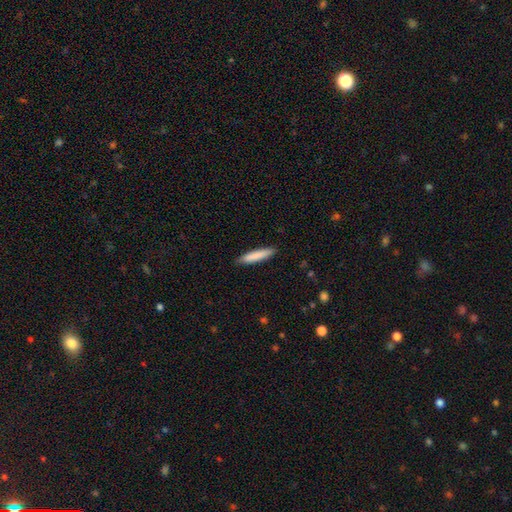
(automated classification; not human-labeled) A smooth galaxy with no disk features (84%) that is cigar-shaped (88%). Merging: none (88%).